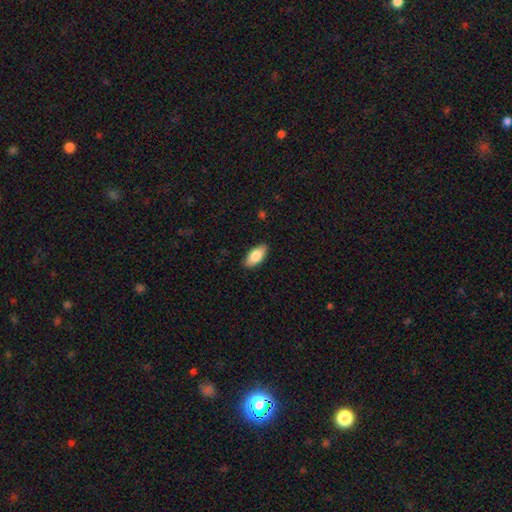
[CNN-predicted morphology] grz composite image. It shows a smooth galaxy with no disk features (80%) that is in between round and cigar-shaped (90%). Merging: none (88%).